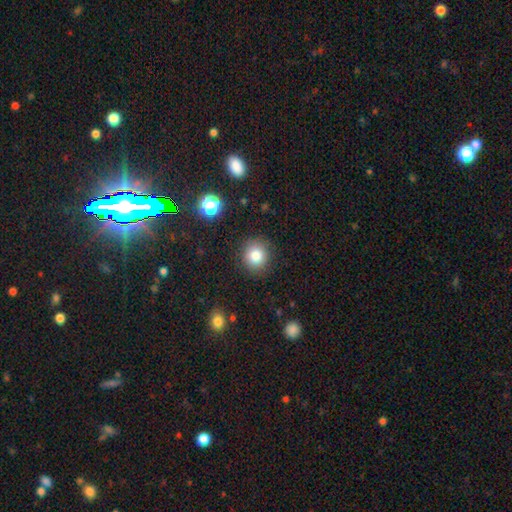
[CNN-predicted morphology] A smooth galaxy with no disk features (82%) that is round (88%).

Vote fractions:
- Smooth or featured? smooth: 82% / star or artifact: 11% / featured or disk: 7%
- How rounded? round: 88% / in between: 11% / cigar-shaped: 1%
- Merging? none: 88% / minor disturbance: 8% / major disturbance: 3% / merger: 1%